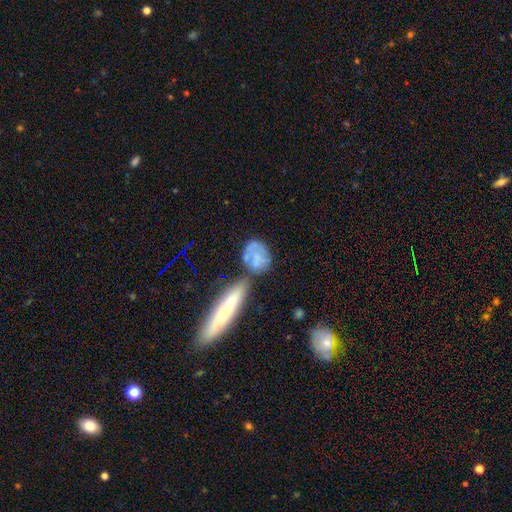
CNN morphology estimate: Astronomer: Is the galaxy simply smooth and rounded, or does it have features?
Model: smooth — 50% (runner-up: featured or disk, 42%).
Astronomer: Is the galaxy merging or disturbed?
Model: none — 38% (runner-up: merger, 29%).